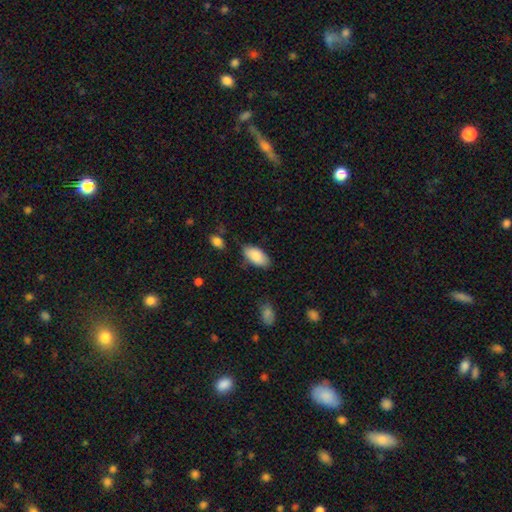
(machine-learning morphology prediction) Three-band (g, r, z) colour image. It shows a smooth galaxy with no disk features (87%) that is in between round and cigar-shaped (94%). Merging: none (74%).